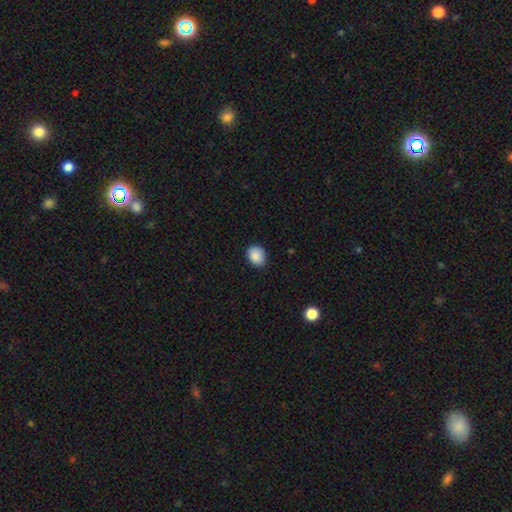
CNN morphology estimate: Smooth or featured? smooth (88%)
How rounded? in between (51%)
Merging? none (78%)